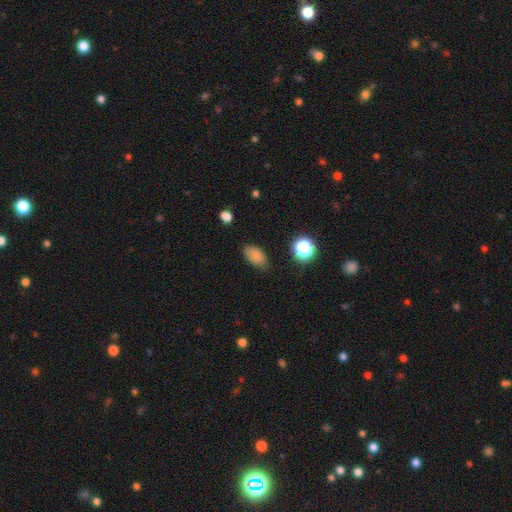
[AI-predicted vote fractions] smooth-or-featured: smooth: 81% | star or artifact: 12% | featured or disk: 7%
  how-rounded: in between: 89% | round: 9% | cigar-shaped: 2%
  merging: none: 75% | minor disturbance: 19% | major disturbance: 4% | merger: 2%